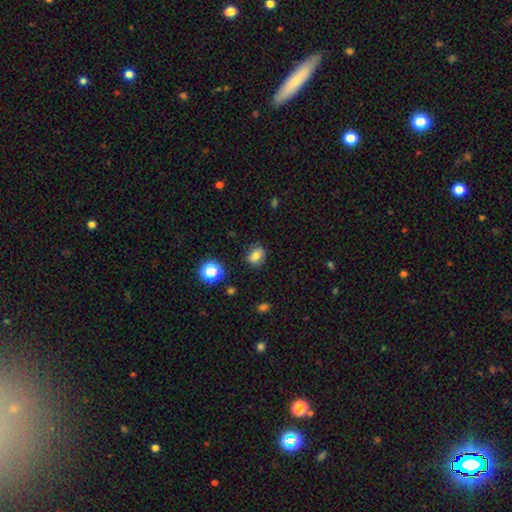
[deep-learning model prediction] Smooth or featured? Predicted: smooth (p=0.74). How rounded? Predicted: in between (p=0.55). Merging? Predicted: none (p=0.77).